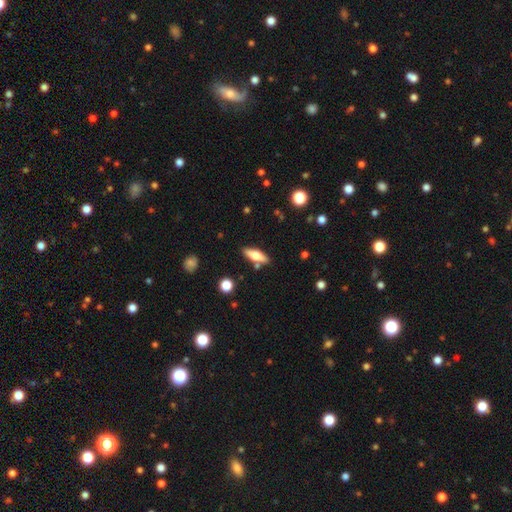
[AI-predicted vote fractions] A smooth galaxy with no disk features (57%) that is in between round and cigar-shaped (50%).

Vote fractions:
- Smooth or featured? smooth: 57% / featured or disk: 36% / star or artifact: 7%
- How rounded? in between: 50% / cigar-shaped: 48% / round: 2%
- Merging? none: 81% / minor disturbance: 11% / merger: 6% / major disturbance: 2%